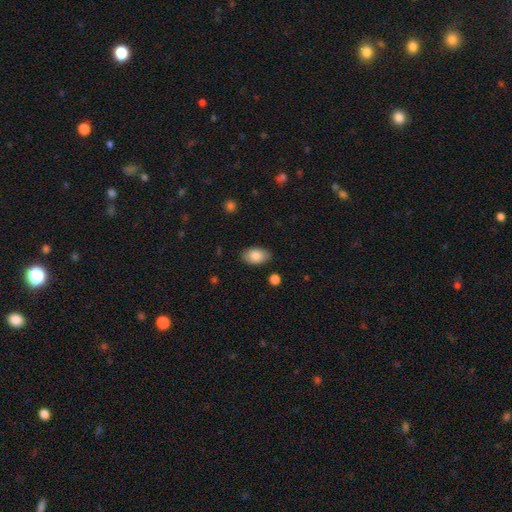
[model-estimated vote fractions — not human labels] Morphology: type=smooth (86%); roundness=in between (92%); merging=none (84%).